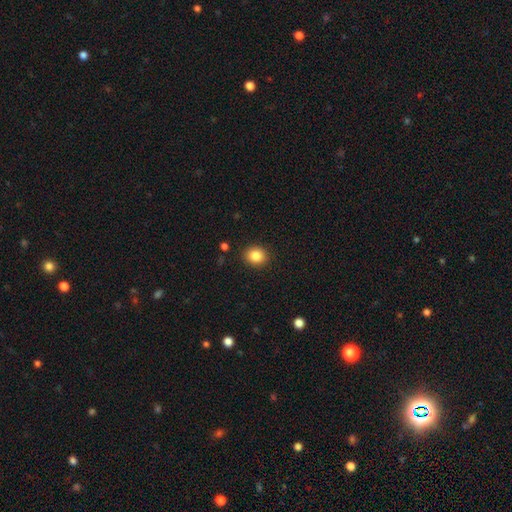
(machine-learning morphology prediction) type=smooth (85%); roundness=round (71%); merging=none (90%).